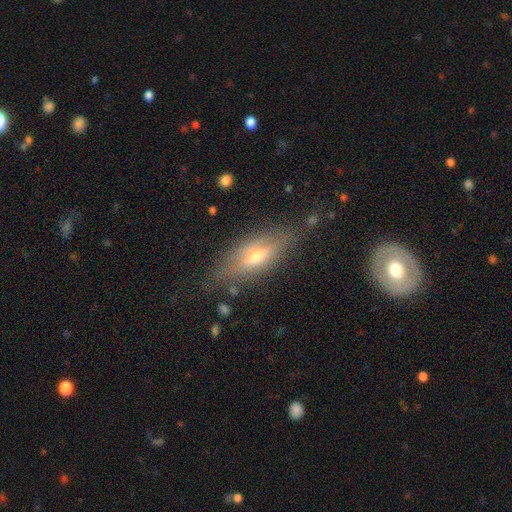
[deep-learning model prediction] Morphology: type=featured or disk (54%); edge-on=yes (83%); merging=none (78%).